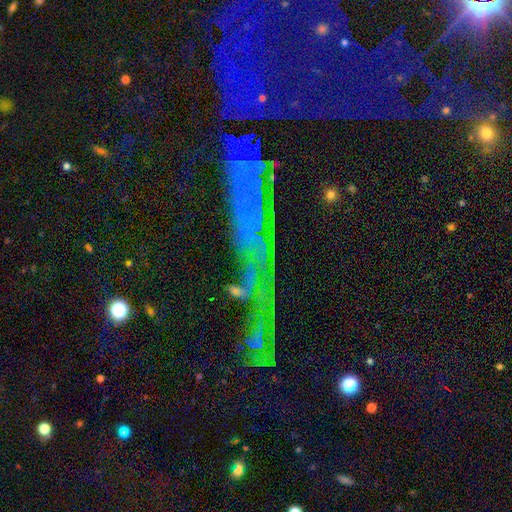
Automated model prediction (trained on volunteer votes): Smooth or featured?
  - star or artifact: 66% *
  - featured or disk: 19%
  - smooth: 15%